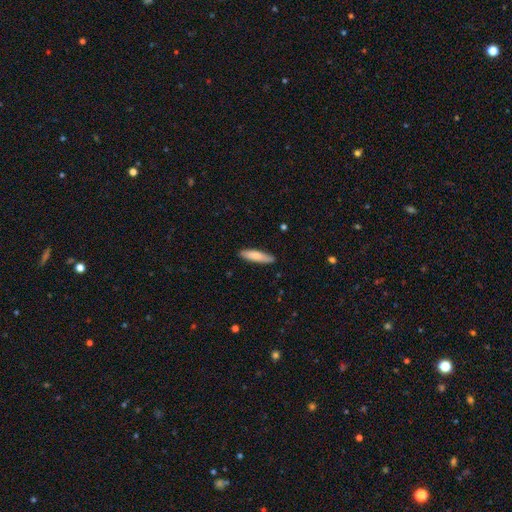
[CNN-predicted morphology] A smooth galaxy with no disk features (79%) that is cigar-shaped (77%). Merging: none (88%).